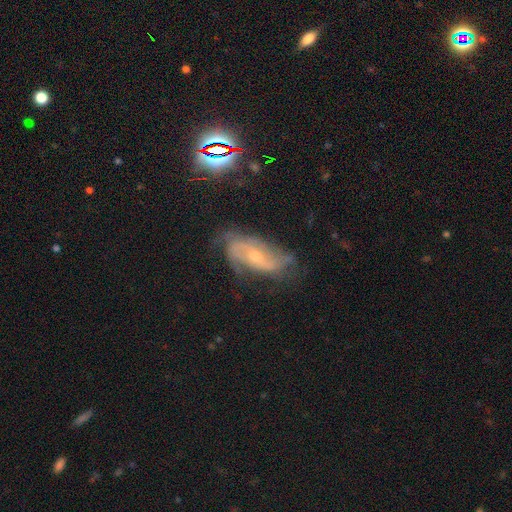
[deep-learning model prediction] Overall: featured or disk (72%). Edge-on disk: no (91%). Bar: no (55%; weak 34%). Spiral arms: yes (91%). Spiral arm count: 2 (39%; can't tell 31%). Spiral winding: medium (42%; tight 34%). Bulge size: small (63%; moderate 33%). Merging: none (65%).